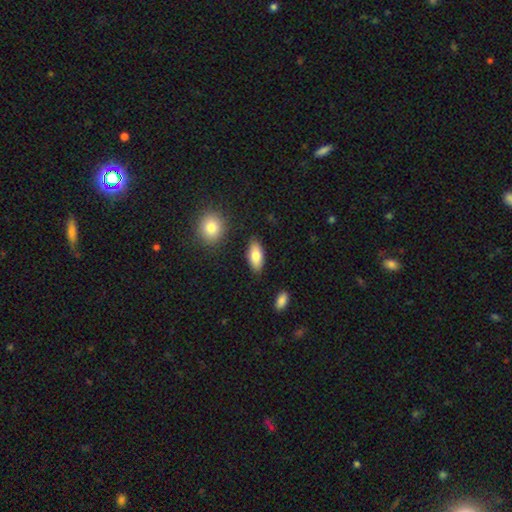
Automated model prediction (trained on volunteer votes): The model was most divided on "smooth or featured": smooth: 81%, featured or disk: 13%, star or artifact: 6%. More confident: how rounded — in between (87%); merging — none (85%).